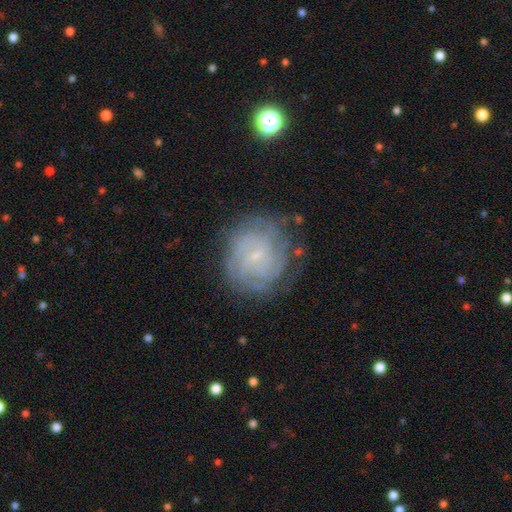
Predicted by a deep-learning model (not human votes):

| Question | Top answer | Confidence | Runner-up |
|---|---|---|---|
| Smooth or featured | featured or disk | 77% | smooth (15%) |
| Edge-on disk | no | 98% | yes (2%) |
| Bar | no | 51% | weak (42%) |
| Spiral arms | yes | 93% | no (7%) |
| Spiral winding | tight | 73% | medium (22%) |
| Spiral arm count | can't tell | 41% | 4 (17%) |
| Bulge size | small | 81% | moderate (10%) |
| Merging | none | 76% | minor disturbance (16%) |